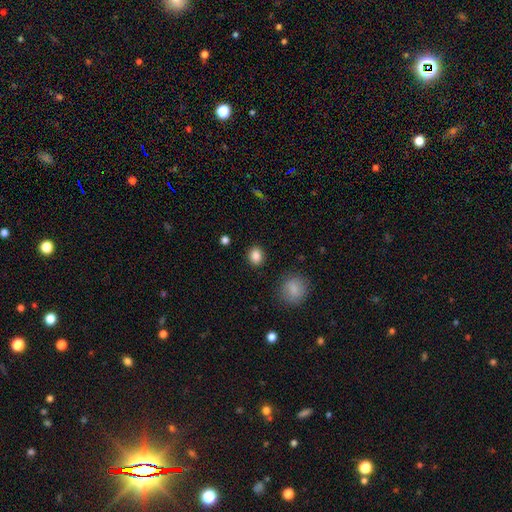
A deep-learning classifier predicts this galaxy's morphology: This is clearly a smooth galaxy (86%). How rounded: likely round (65%). Merging: clearly none (89%).